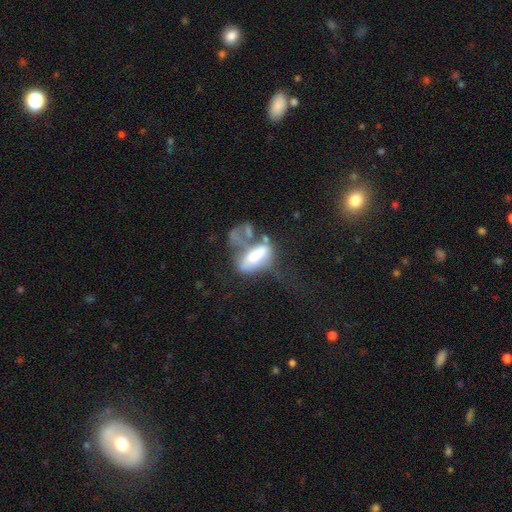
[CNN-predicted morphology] This is possibly a smooth galaxy (51%). How rounded: clearly in between (81%). Merging: marginally major disturbance (42%).